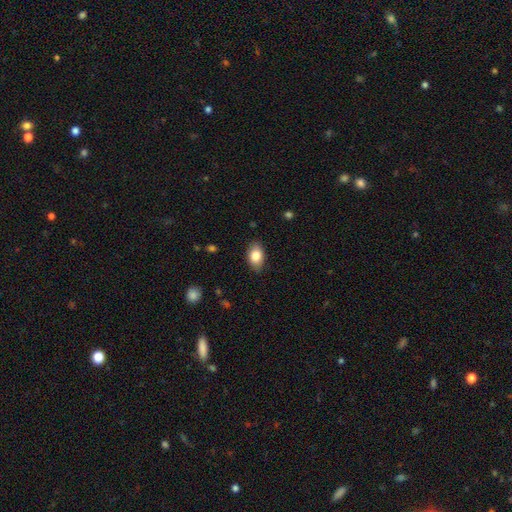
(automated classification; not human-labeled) The model was most divided on "merging": none: 83%, minor disturbance: 13%, major disturbance: 2%, merger: 1%. More confident: how rounded — in between (88%); smooth or featured — smooth (83%).